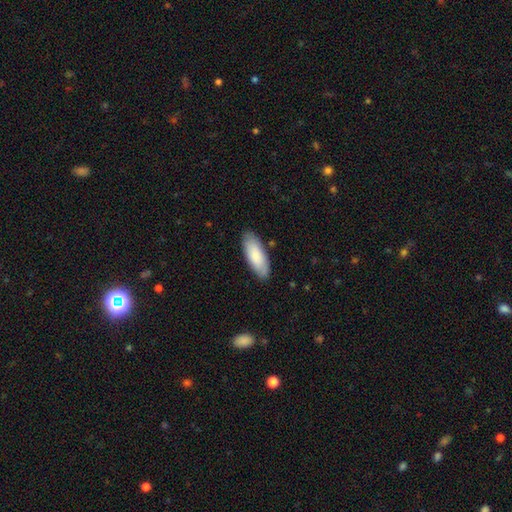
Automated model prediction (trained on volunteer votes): Smooth or featured: smooth — 81% (featured or disk — 14%)
How rounded: in between — 75% (cigar-shaped — 24%)
Merging: none — 84% (minor disturbance — 13%)